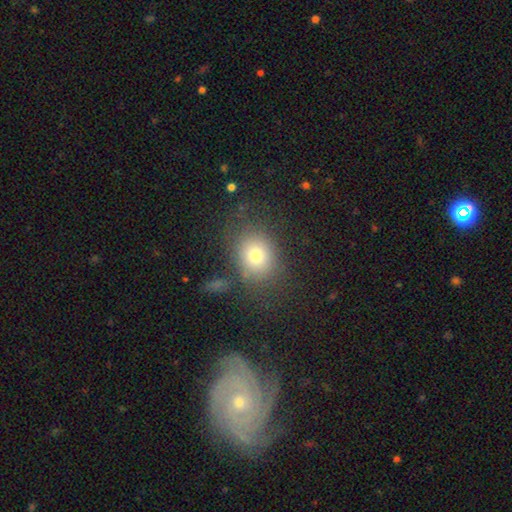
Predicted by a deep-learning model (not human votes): This is likely a smooth galaxy (78%). How rounded: possibly round (50%). Merging: likely none (75%).